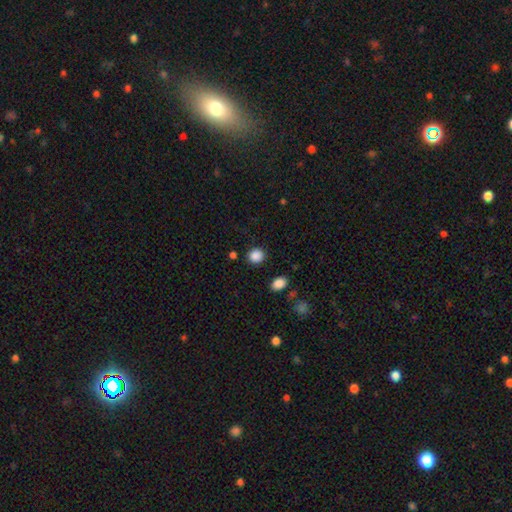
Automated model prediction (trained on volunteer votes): This appears to be a smooth galaxy with no disk features (87%) that is round (83%). Merging: none (87%).